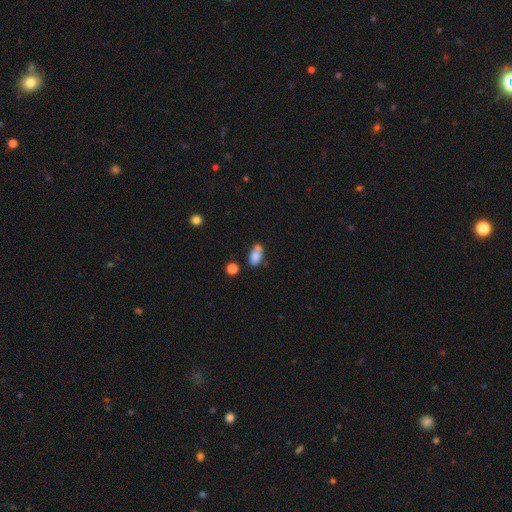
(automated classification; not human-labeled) Overall: smooth (82%). How rounded: in between (88%). Merging: none (55%; minor disturbance 25%).